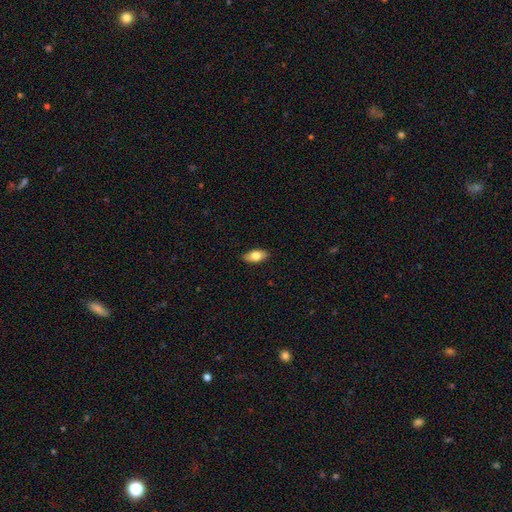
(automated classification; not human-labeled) A smooth galaxy with no disk features (76%) that is in between round and cigar-shaped (88%).

Vote fractions:
- Smooth or featured? smooth: 76% / featured or disk: 17% / star or artifact: 7%
- How rounded? in between: 88% / cigar-shaped: 8% / round: 4%
- Merging? none: 87% / minor disturbance: 10% / major disturbance: 2% / merger: 1%